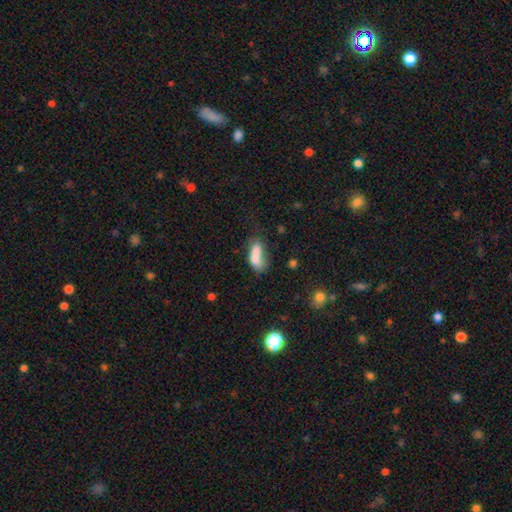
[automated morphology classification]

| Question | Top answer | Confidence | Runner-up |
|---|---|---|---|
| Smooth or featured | smooth | 76% | featured or disk (14%) |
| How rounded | in between | 70% | cigar-shaped (26%) |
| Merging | none | 34% | minor disturbance (26%) |